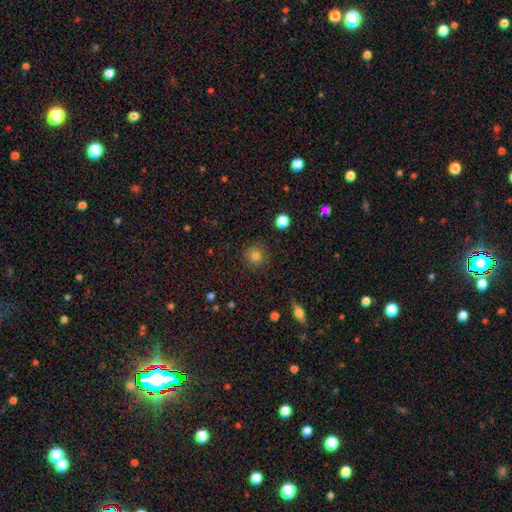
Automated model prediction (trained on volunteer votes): The model was most divided on "smooth or featured": smooth: 81%, star or artifact: 12%, featured or disk: 7%. More confident: how rounded — round (93%); merging — none (89%).